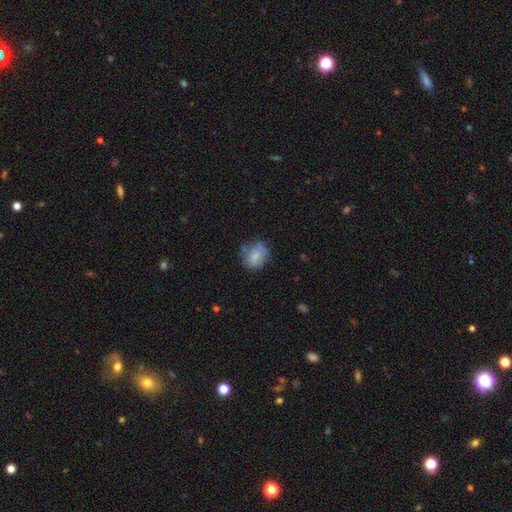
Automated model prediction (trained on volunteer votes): Smooth or featured: smooth — 72% (featured or disk — 19%)
How rounded: in between — 52% (round — 47%)
Merging: none — 57% (minor disturbance — 26%)